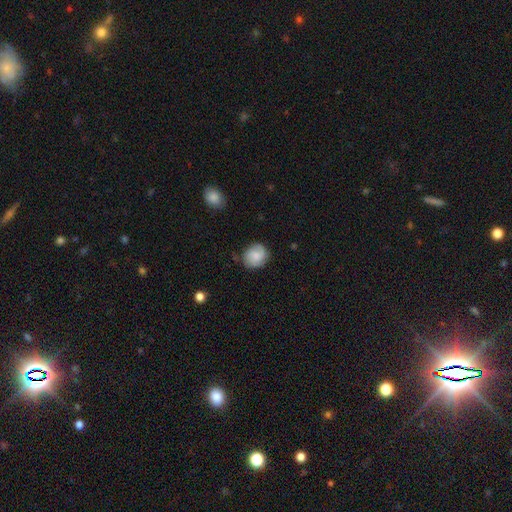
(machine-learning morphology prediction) Smooth or featured?
  - smooth: 61% *
  - featured or disk: 32%
  - star or artifact: 8%
How rounded?
  - round: 69% *
  - in between: 30%
  - cigar-shaped: 1%
Merging?
  - none: 74% *
  - minor disturbance: 19%
  - major disturbance: 5%
  - merger: 2%